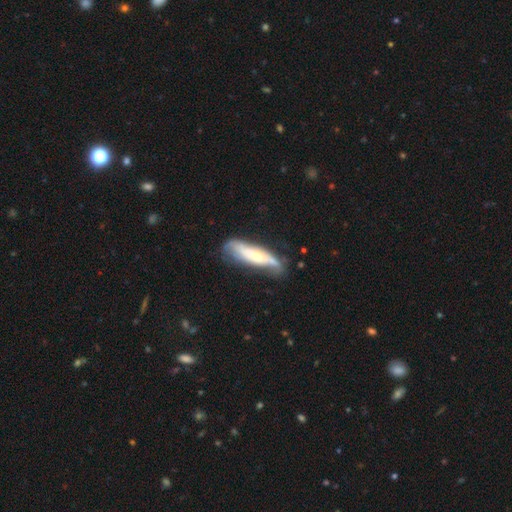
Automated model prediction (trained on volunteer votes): Overall: featured or disk (58%; smooth 35%). Edge-on disk: no (62%; yes 38%). Merging: none (57%; minor disturbance 28%).